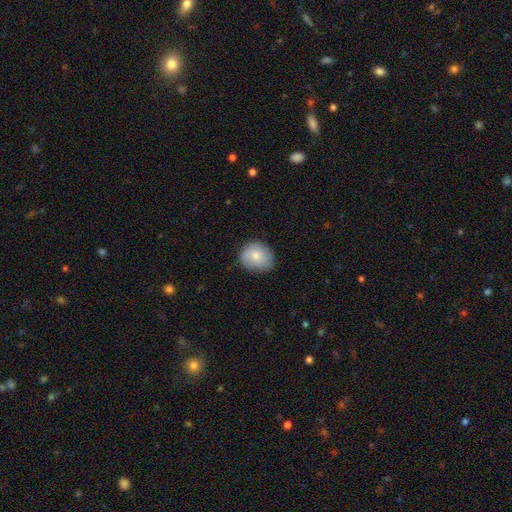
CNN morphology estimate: Smooth or featured?
  - smooth: 74% *
  - featured or disk: 19%
  - star or artifact: 7%
How rounded?
  - round: 60% *
  - in between: 39%
  - cigar-shaped: 1%
Merging?
  - none: 73% *
  - minor disturbance: 22%
  - major disturbance: 4%
  - merger: 1%